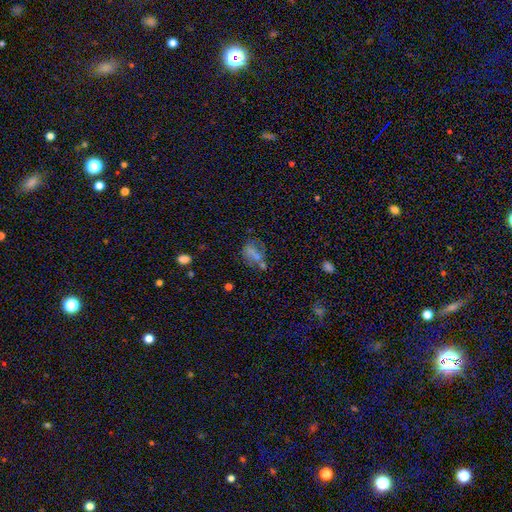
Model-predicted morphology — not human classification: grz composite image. It shows a smooth galaxy with no disk features (51%) that is in between round and cigar-shaped (62%). Merging: none (50%).